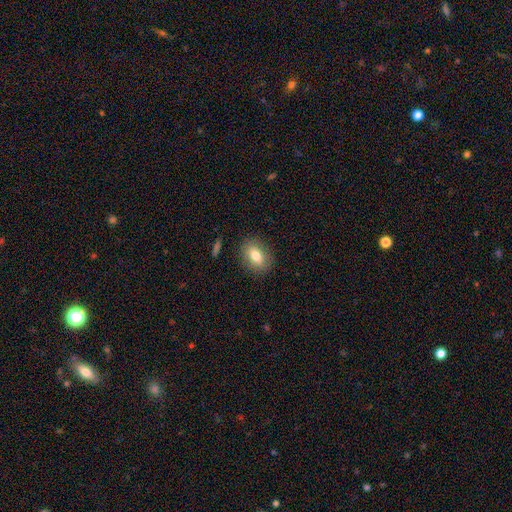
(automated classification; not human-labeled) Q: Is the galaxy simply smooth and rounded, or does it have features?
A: smooth — 78%.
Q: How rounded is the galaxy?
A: in between — 79%.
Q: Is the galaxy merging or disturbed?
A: none — 86%.